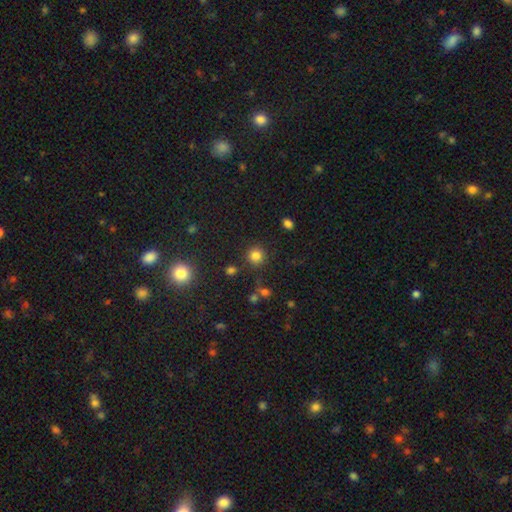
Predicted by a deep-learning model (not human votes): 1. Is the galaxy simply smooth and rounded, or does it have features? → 80% smooth, 15% star or artifact, 5% featured or disk.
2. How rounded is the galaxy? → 91% round, 8% in between, 1% cigar-shaped.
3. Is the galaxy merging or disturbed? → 83% none, 9% minor disturbance, 4% merger, 3% major disturbance.